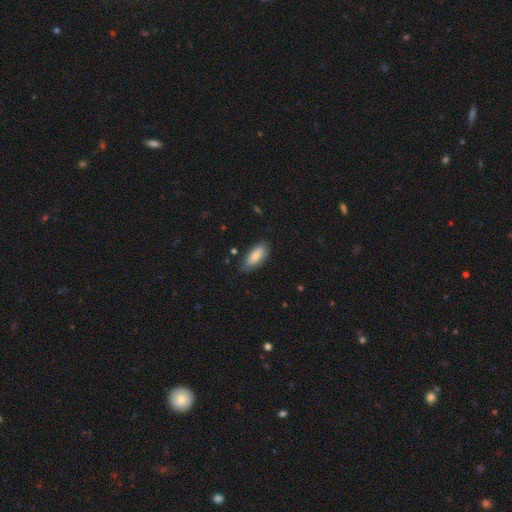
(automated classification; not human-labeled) A smooth galaxy with no disk features (80%) that is in between round and cigar-shaped (85%). Merging: none (74%).